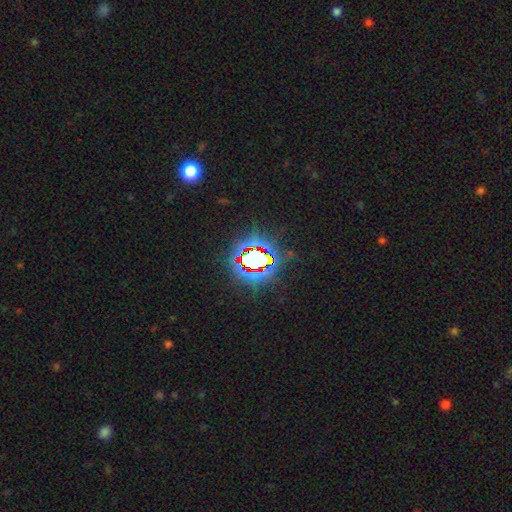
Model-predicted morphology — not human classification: A star or artifact, not a galaxy (75%).

Vote fractions:
- Smooth or featured? star or artifact: 75% / smooth: 14% / featured or disk: 11%